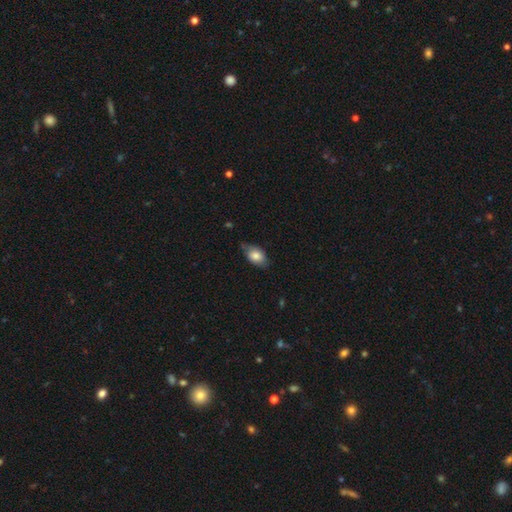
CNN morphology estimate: A smooth galaxy with no disk features (77%) that is in between round and cigar-shaped (86%).

Vote fractions:
- Smooth or featured? smooth: 77% / featured or disk: 16% / star or artifact: 7%
- How rounded? in between: 86% / round: 12% / cigar-shaped: 2%
- Merging? none: 62% / minor disturbance: 31% / major disturbance: 6% / merger: 2%